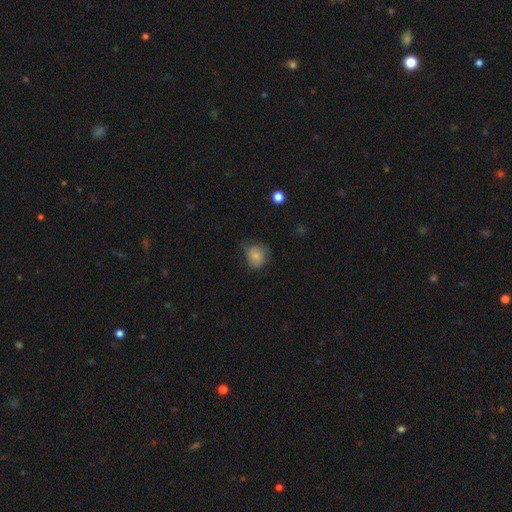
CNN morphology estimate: smooth-or-featured: smooth: 79% | featured or disk: 12% | star or artifact: 9%
  how-rounded: round: 77% | in between: 23% | cigar-shaped: 1%
  merging: none: 59% | minor disturbance: 30% | major disturbance: 9% | merger: 1%